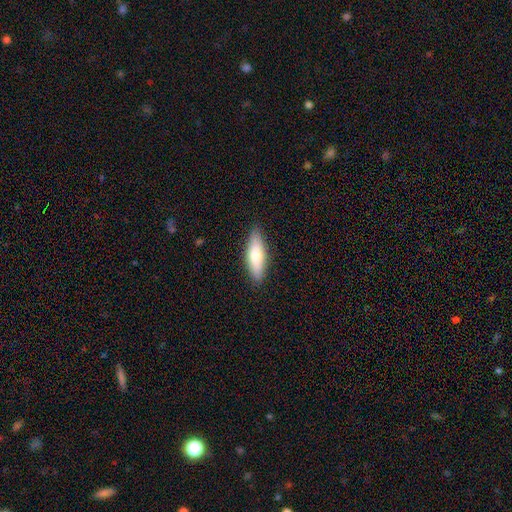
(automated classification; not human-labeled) smooth 68%, featured or disk 26%, star or artifact 6%. Down the decision tree: how rounded — cigar-shaped (50%); merging — none (87%).